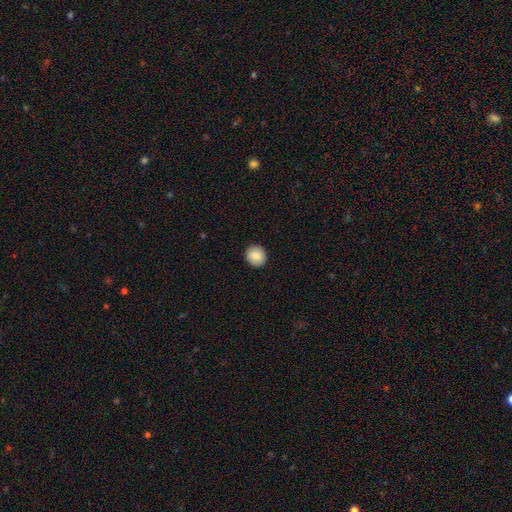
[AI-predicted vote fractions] Smooth or featured? smooth (87%)
How rounded? round (87%)
Merging? none (92%)